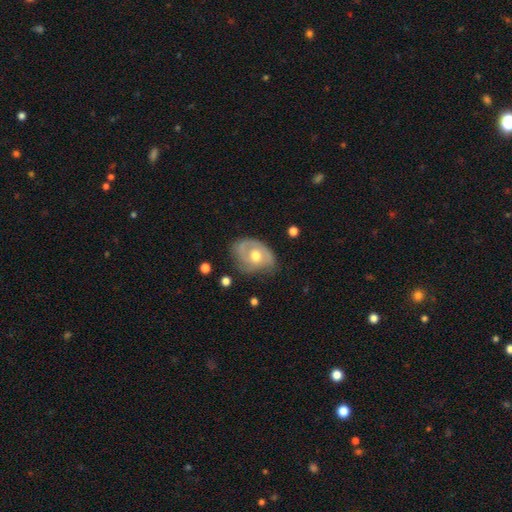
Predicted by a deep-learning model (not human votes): This appears to be a featured or disk galaxy (65%) with no bar (79%), spiral arms (69%) and a moderate central bulge (78%). Merging: none (52%).